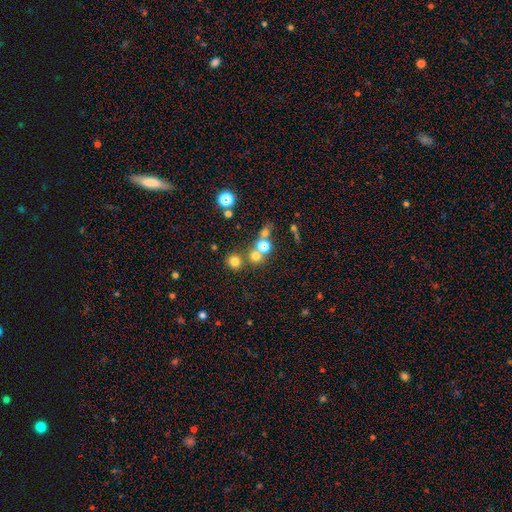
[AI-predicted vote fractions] smooth_or_featured: smooth (p=0.65) [alt: star or artifact p=0.24]
how_rounded: round (p=0.88) [alt: in between p=0.11]
merging: none (p=0.61) [alt: merger p=0.28]